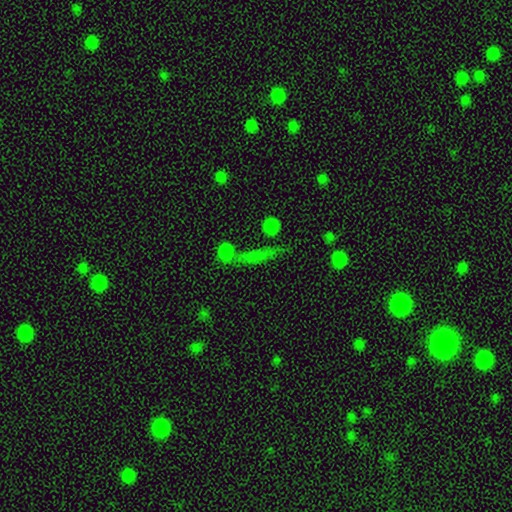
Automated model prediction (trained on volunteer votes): Morphology: type=smooth (48%); merging=none (61%).